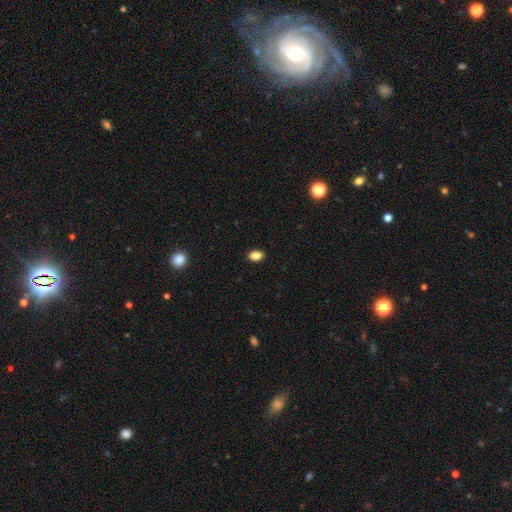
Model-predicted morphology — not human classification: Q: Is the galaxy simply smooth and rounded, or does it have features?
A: smooth — 85%.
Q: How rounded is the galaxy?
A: in between — 85%.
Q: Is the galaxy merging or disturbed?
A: none — 90%.